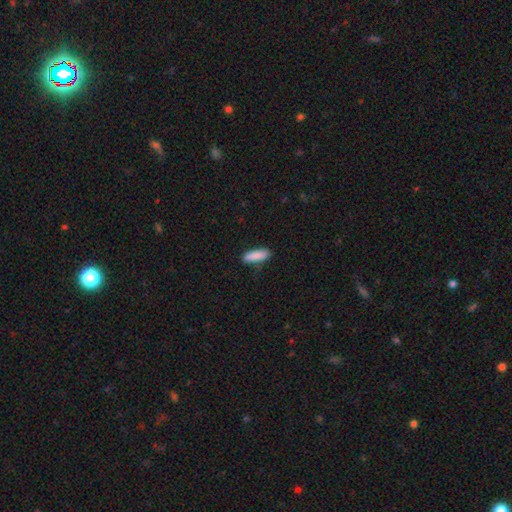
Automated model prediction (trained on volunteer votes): Overall: smooth (88%). How rounded: in between (49%, tied with cigar-shaped). Merging: none (80%).